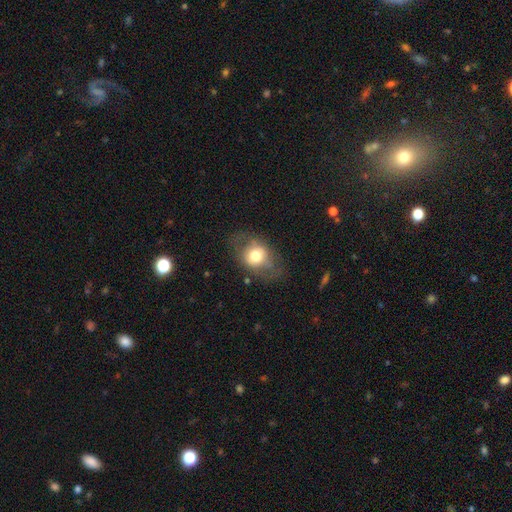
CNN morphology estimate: A smooth galaxy with no disk features (61%) that is in between round and cigar-shaped (58%).

Vote fractions:
- Smooth or featured? smooth: 61% / featured or disk: 31% / star or artifact: 8%
- How rounded? in between: 58% / round: 40% / cigar-shaped: 1%
- Merging? none: 65% / minor disturbance: 19% / major disturbance: 14% / merger: 2%